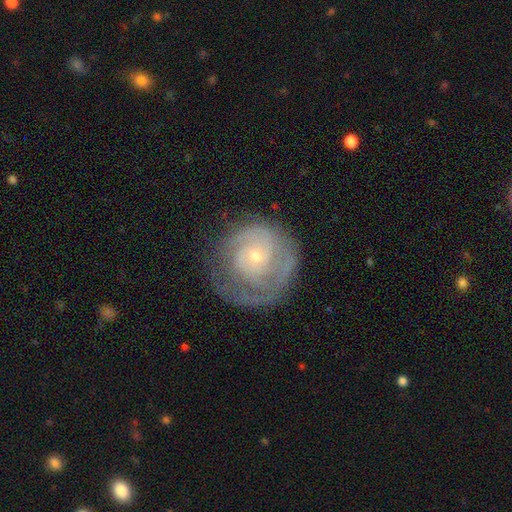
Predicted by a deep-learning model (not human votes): Smooth or featured? Predicted: featured or disk (p=0.77). Edge-on disk? Predicted: no (p=0.98). Bar? Predicted: no (p=0.73). Spiral arms? Predicted: yes (p=0.89). Spiral winding? Predicted: tight (p=0.66). Spiral arm count? Predicted: can't tell (p=0.38). Bulge size? Predicted: small (p=0.72). Merging? Predicted: none (p=0.62).